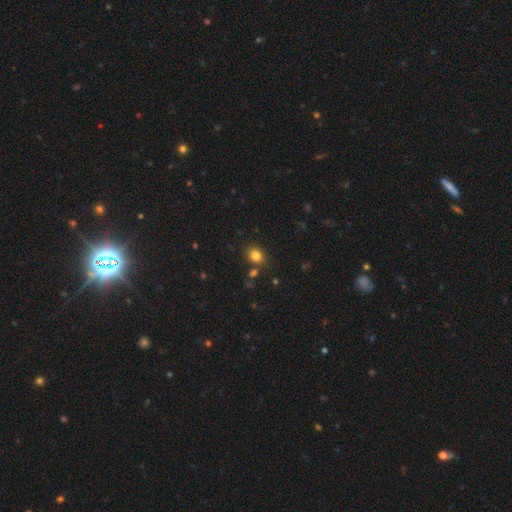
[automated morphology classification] Q: Smooth or featured?
A: smooth (82%); runner-up: star or artifact (12%)
Q: How rounded?
A: in between (50%); runner-up: round (49%)
Q: Merging?
A: none (80%); runner-up: minor disturbance (10%)